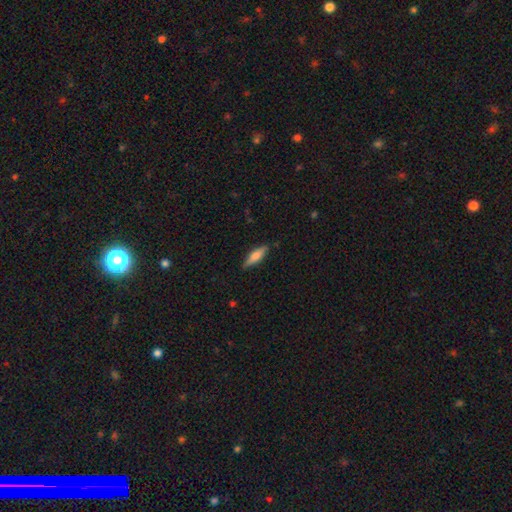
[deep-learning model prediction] smooth_or_featured: smooth (p=0.66) [alt: featured or disk p=0.28]
how_rounded: cigar-shaped (p=0.60) [alt: in between p=0.38]
merging: none (p=0.84) [alt: minor disturbance p=0.13]